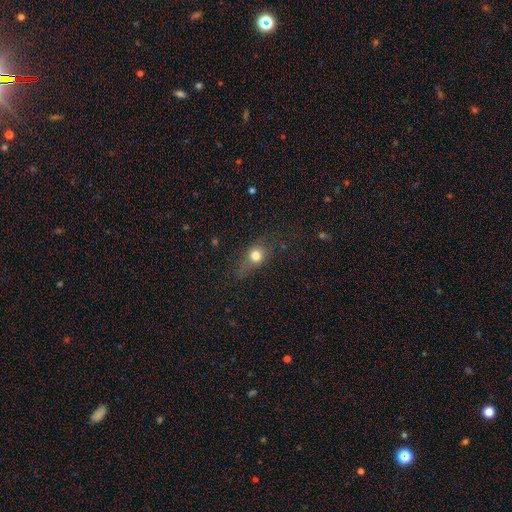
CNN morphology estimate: Smooth or featured?
  - smooth: 71% *
  - featured or disk: 16%
  - star or artifact: 14%
How rounded?
  - round: 53% *
  - in between: 40%
  - cigar-shaped: 7%
Merging?
  - none: 63% *
  - minor disturbance: 23%
  - major disturbance: 12%
  - merger: 2%